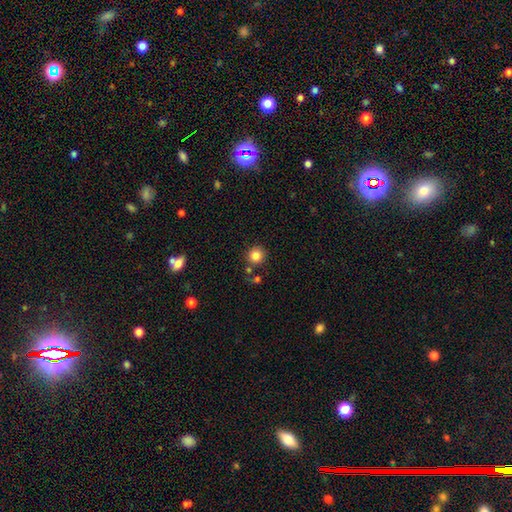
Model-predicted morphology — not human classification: Overall: smooth (85%). How rounded: round (93%). Merging: none (81%).